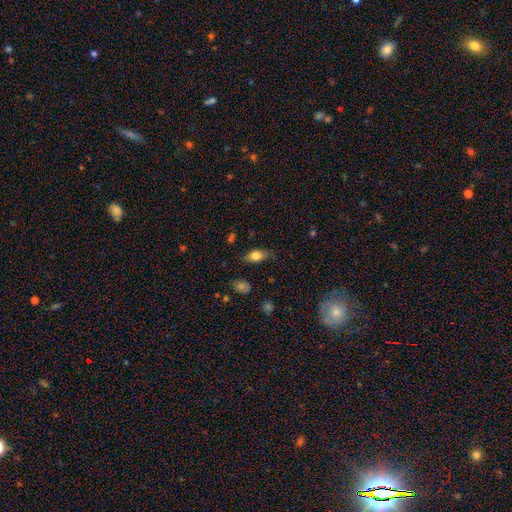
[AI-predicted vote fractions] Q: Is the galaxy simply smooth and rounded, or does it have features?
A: smooth — 72%.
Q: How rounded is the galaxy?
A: in between — 80%.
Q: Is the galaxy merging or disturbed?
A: none — 74%.